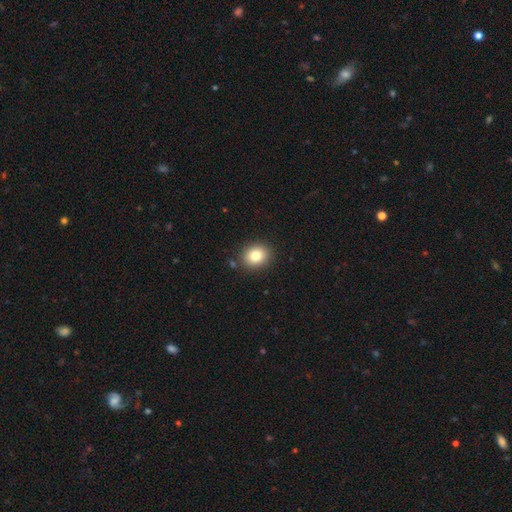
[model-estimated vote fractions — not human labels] Q: Smooth or featured?
A: smooth (82%); runner-up: star or artifact (10%)
Q: How rounded?
A: round (63%); runner-up: in between (36%)
Q: Merging?
A: none (88%); runner-up: minor disturbance (8%)